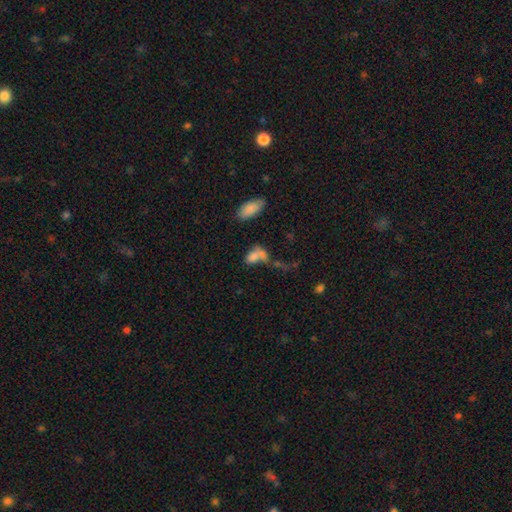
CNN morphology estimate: type=smooth (72%); roundness=in between (82%); merging=merger (49%).